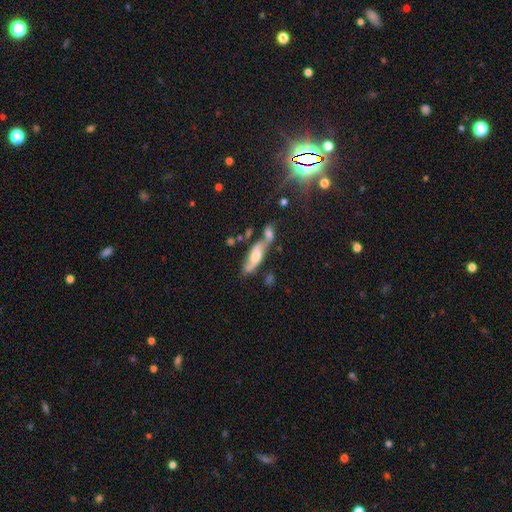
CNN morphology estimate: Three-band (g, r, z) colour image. It shows a featured or disk galaxy (53%). Merging: none (44%).